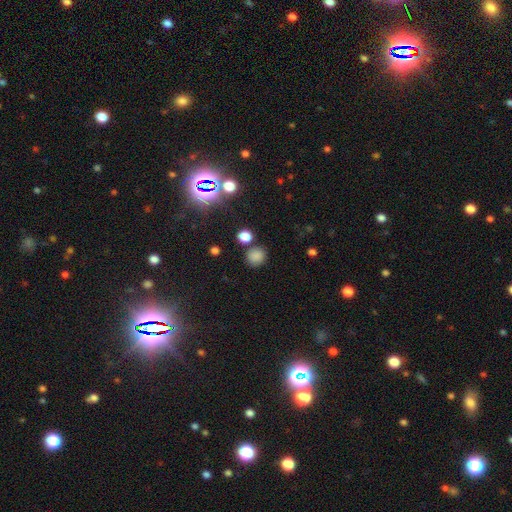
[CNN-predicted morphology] A smooth galaxy with no disk features (80%) that is round (87%). Merging: none (78%).